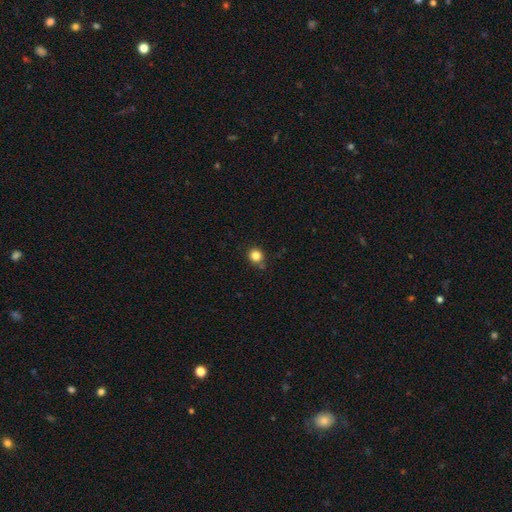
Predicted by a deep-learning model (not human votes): smooth_or_featured: smooth (p=0.83) [alt: star or artifact p=0.12]
how_rounded: round (p=0.88) [alt: in between p=0.11]
merging: none (p=0.80) [alt: minor disturbance p=0.13]